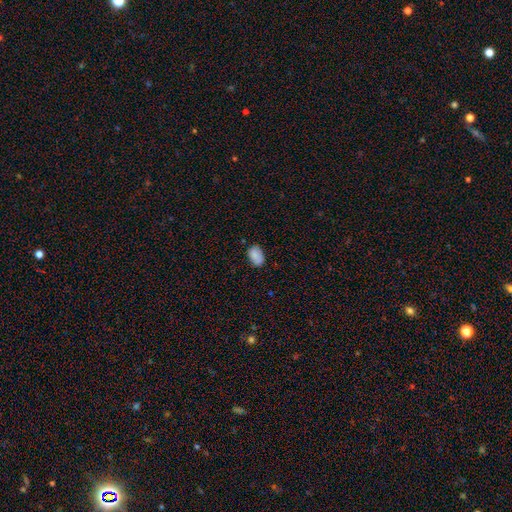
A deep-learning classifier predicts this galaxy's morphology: type=smooth (85%); roundness=in between (87%); merging=none (74%).